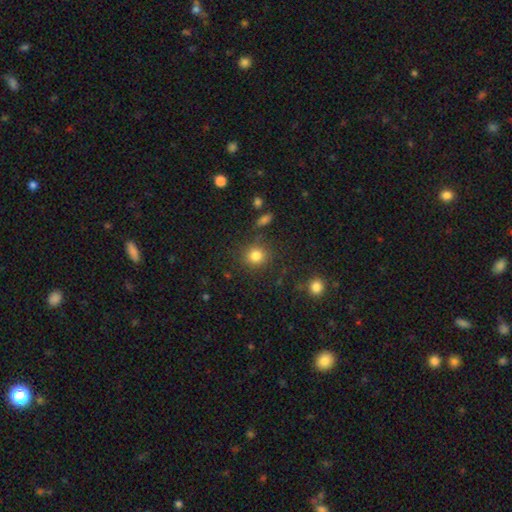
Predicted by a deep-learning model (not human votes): A smooth galaxy with no disk features (82%) that is round (86%). Merging: none (81%).